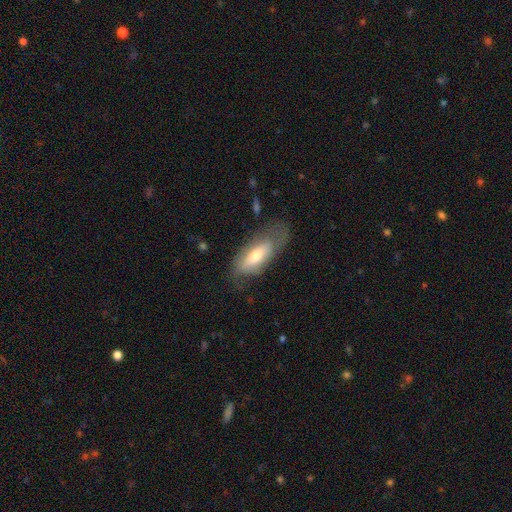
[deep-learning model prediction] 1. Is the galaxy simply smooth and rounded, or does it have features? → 58% smooth, 36% featured or disk, 7% star or artifact.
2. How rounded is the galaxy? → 76% in between, 21% cigar-shaped, 2% round.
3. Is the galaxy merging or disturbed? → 50% none, 29% minor disturbance, 19% major disturbance, 2% merger.